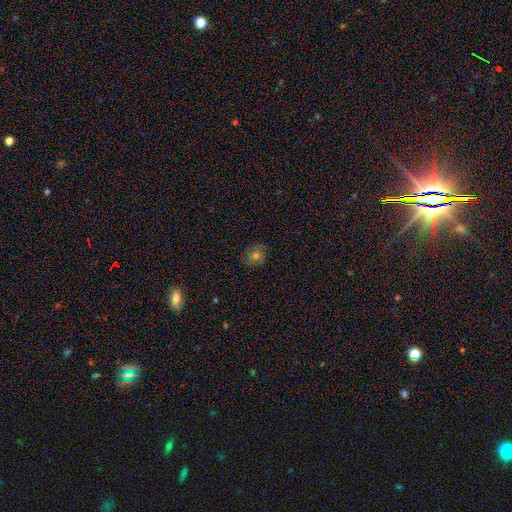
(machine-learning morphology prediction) Smooth or featured?
  - smooth: 64% *
  - featured or disk: 22%
  - star or artifact: 15%
How rounded?
  - round: 80% *
  - in between: 19%
  - cigar-shaped: 1%
Merging?
  - none: 82% *
  - minor disturbance: 13%
  - major disturbance: 3%
  - merger: 1%